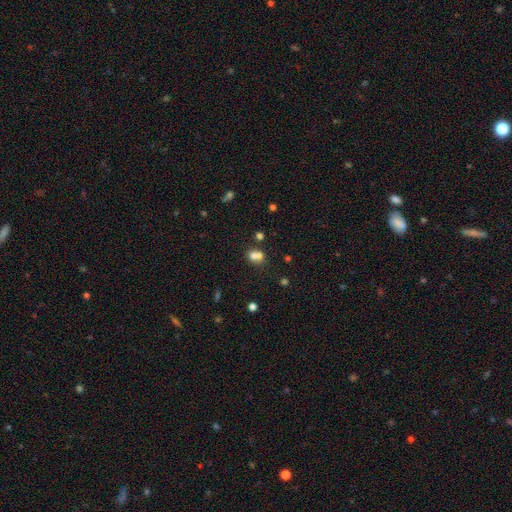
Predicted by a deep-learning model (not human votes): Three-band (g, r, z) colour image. It shows a smooth galaxy with no disk features (67%) that is round (70%). Merging: merger (60%).